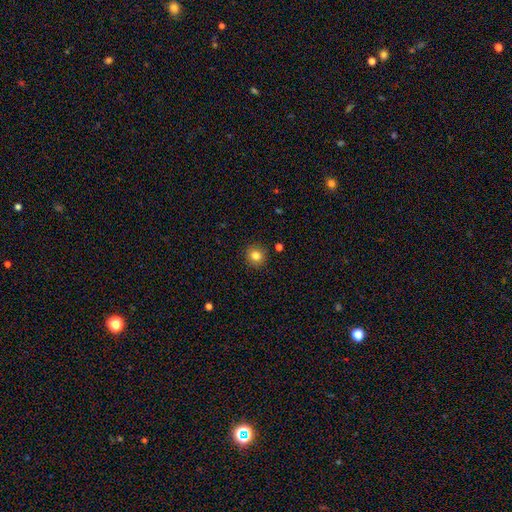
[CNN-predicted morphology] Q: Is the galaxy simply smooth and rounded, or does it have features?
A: smooth — 82%.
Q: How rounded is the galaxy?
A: round — 90%.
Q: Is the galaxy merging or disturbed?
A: none — 90%.